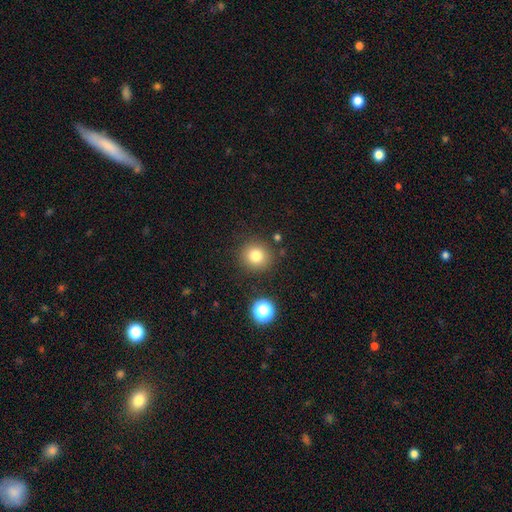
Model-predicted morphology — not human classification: smooth 79%, star or artifact 13%, featured or disk 8%. Down the decision tree: how rounded — round (91%); merging — none (86%).